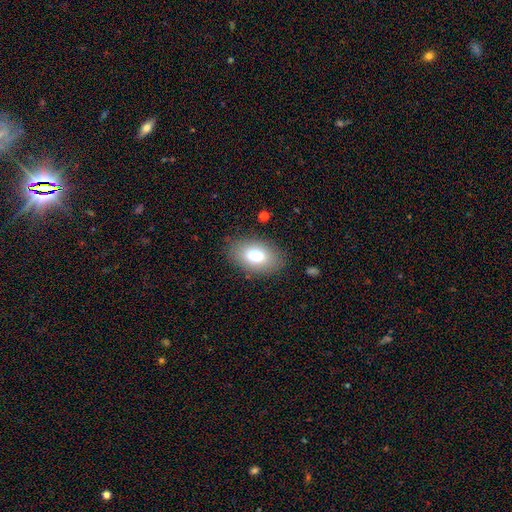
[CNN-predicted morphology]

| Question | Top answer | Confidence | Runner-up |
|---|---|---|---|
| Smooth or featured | smooth | 76% | featured or disk (16%) |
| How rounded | in between | 90% | round (9%) |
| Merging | none | 83% | minor disturbance (11%) |